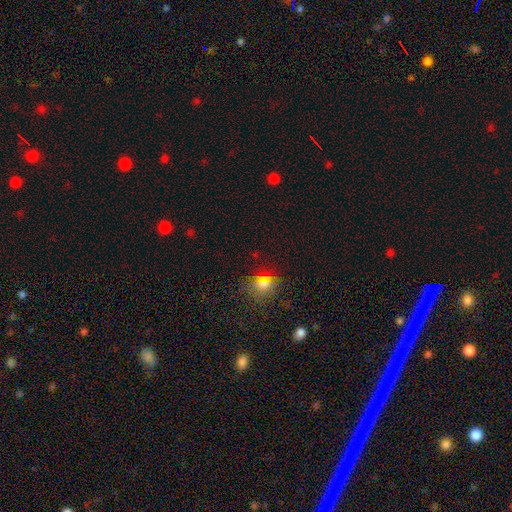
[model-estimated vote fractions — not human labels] This is possibly a smooth galaxy (47%). Merging: clearly none (82%).